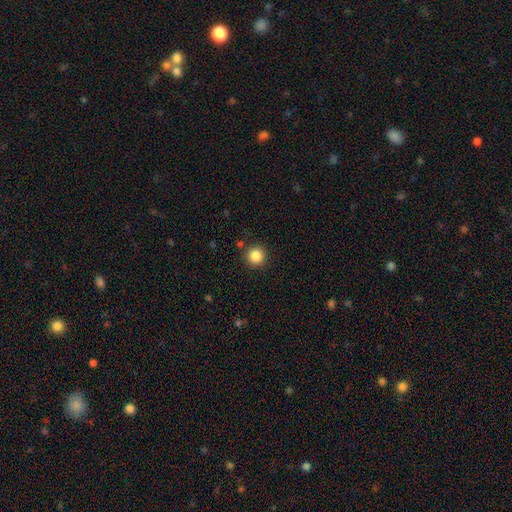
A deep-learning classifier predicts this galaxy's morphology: Overall: smooth (86%). How rounded: round (95%). Merging: none (89%).